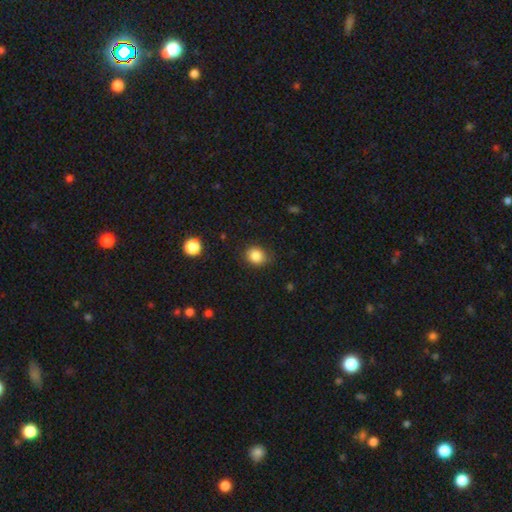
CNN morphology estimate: Q: Smooth or featured?
A: smooth (85%); runner-up: star or artifact (10%)
Q: How rounded?
A: round (65%); runner-up: in between (34%)
Q: Merging?
A: none (79%); runner-up: minor disturbance (17%)